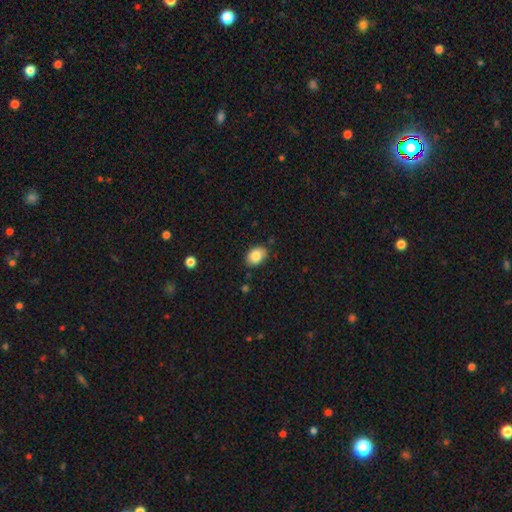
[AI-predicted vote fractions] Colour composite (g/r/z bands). It shows a smooth galaxy with no disk features (86%) that is in between round and cigar-shaped (80%). Merging: none (83%).